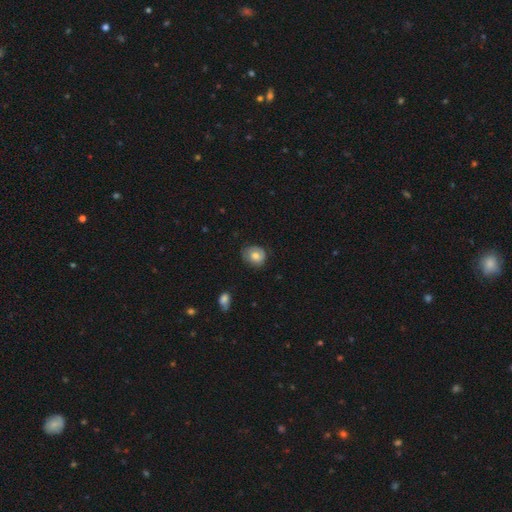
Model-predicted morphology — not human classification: smooth-or-featured: smooth: 68% | featured or disk: 25% | star or artifact: 8%
  how-rounded: round: 64% | in between: 35% | cigar-shaped: 1%
  merging: none: 67% | minor disturbance: 25% | major disturbance: 6% | merger: 1%